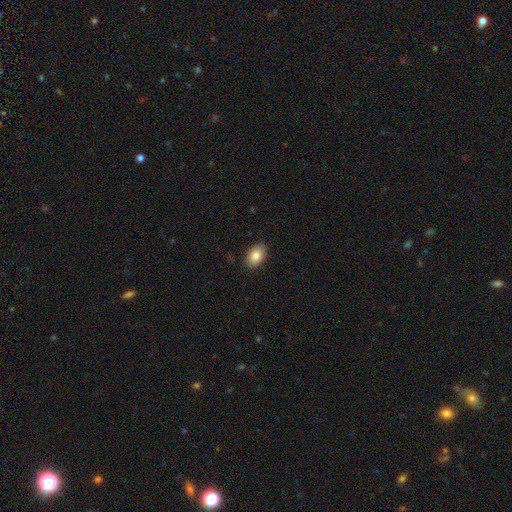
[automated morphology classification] Smooth or featured?
  - smooth: 86% *
  - star or artifact: 7%
  - featured or disk: 7%
How rounded?
  - in between: 87% *
  - round: 12%
  - cigar-shaped: 1%
Merging?
  - none: 88% *
  - minor disturbance: 9%
  - major disturbance: 2%
  - merger: 1%